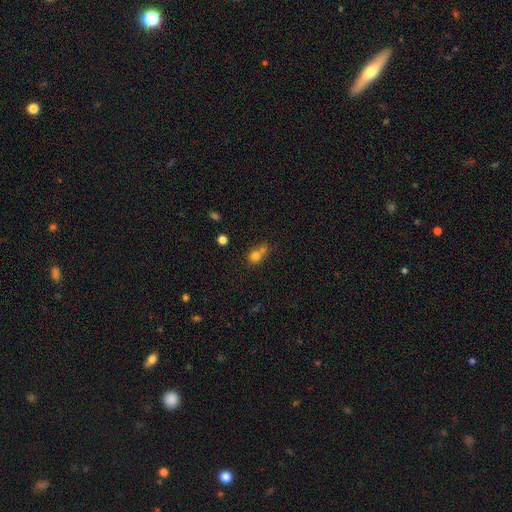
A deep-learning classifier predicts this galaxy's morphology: Q: Smooth or featured?
A: smooth (75%); runner-up: star or artifact (14%)
Q: How rounded?
A: round (77%); runner-up: in between (22%)
Q: Merging?
A: merger (48%); runner-up: none (38%)